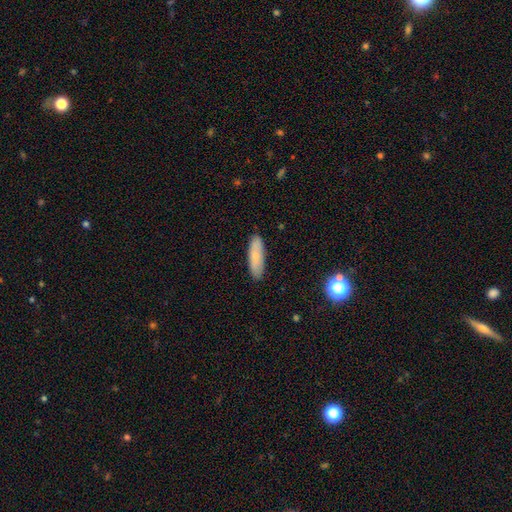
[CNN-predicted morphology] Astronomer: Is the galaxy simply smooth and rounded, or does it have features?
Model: smooth — 80%.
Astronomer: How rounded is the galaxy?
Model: cigar-shaped — 57% (runner-up: in between, 41%).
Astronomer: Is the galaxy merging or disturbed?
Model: none — 88%.